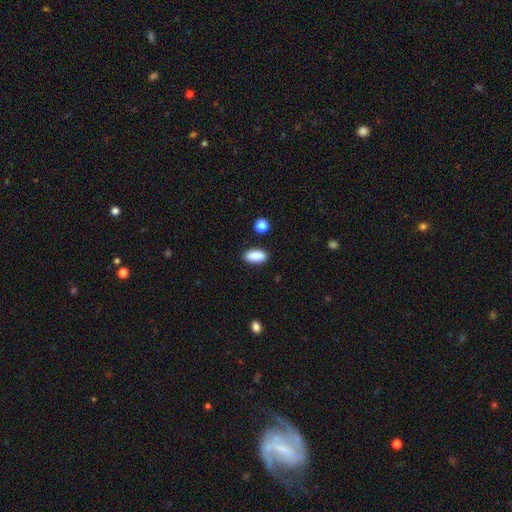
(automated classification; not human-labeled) Smooth or featured? Predicted: smooth (p=0.89). How rounded? Predicted: in between (p=0.89). Merging? Predicted: none (p=0.87).